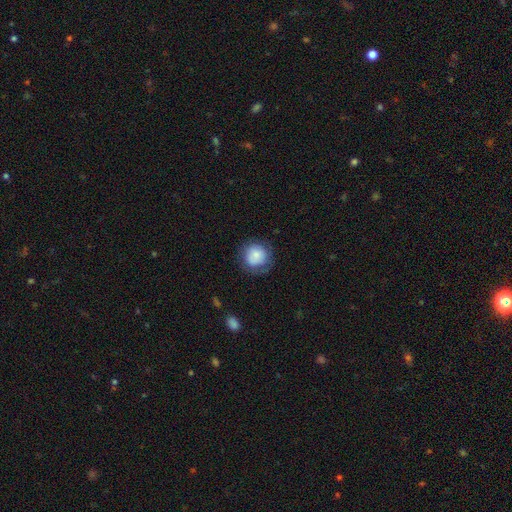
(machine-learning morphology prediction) A smooth galaxy with no disk features (77%) that is round (89%). Merging: none (69%).